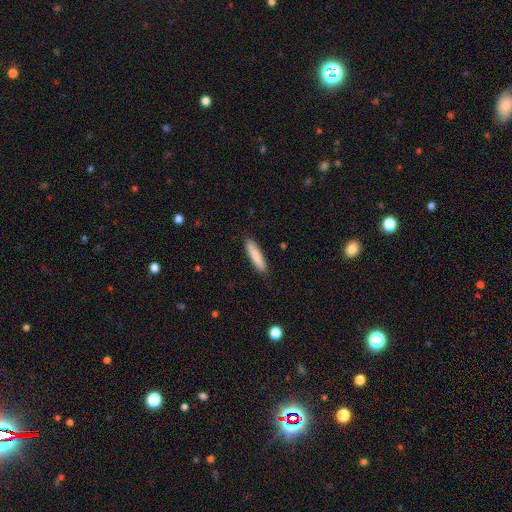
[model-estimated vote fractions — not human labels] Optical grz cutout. It shows a smooth galaxy with no disk features (85%) that is cigar-shaped (85%). Merging: none (89%).